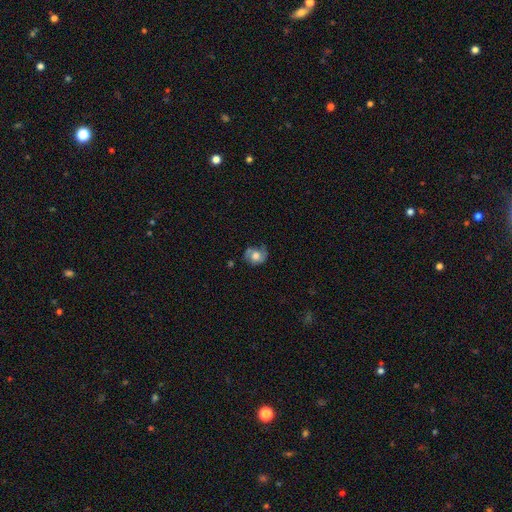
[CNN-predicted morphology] Overall: smooth (47%; featured or disk 44%). Merging: none (58%; minor disturbance 27%).